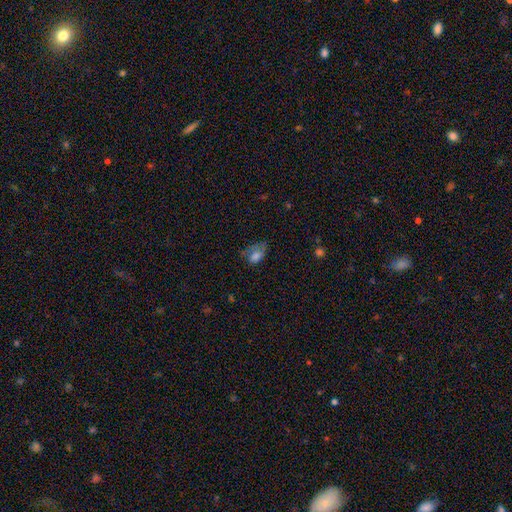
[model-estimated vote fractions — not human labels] A smooth galaxy with no disk features (68%) that is in between round and cigar-shaped (85%). Merging: major disturbance (33%, tied with none).